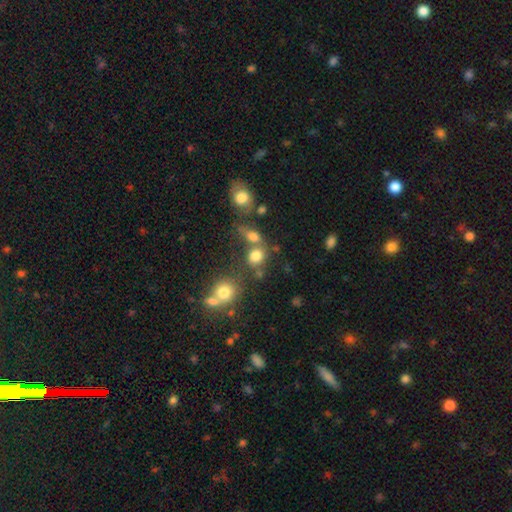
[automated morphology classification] This appears to be a smooth galaxy with no disk features (77%) that is round (64%). Merging: none (50%).